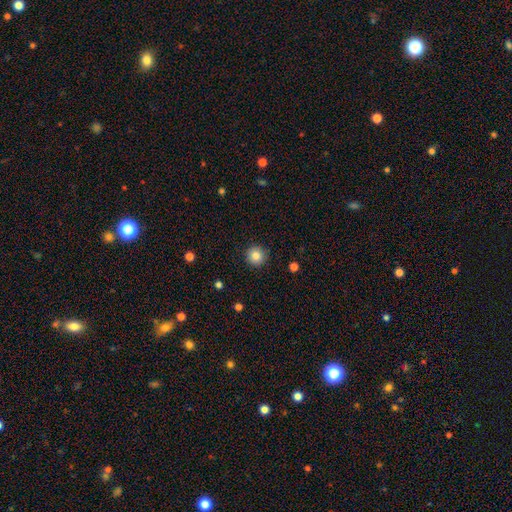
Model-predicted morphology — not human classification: This appears to be a smooth galaxy with no disk features (84%) that is round (95%). Merging: none (92%).